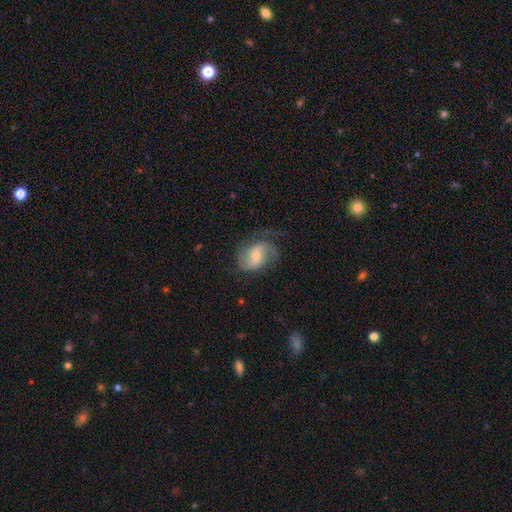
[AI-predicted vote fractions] The model was most divided on "spiral winding": medium: 43%, loose: 40%, tight: 16%. Remaining: edge-on disk — no (97%); spiral arms — yes (91%); spiral arm count — 2 (78%); smooth or featured — featured or disk (66%); merging — none (56%); bulge size — moderate (48%); bar — weak (46%).